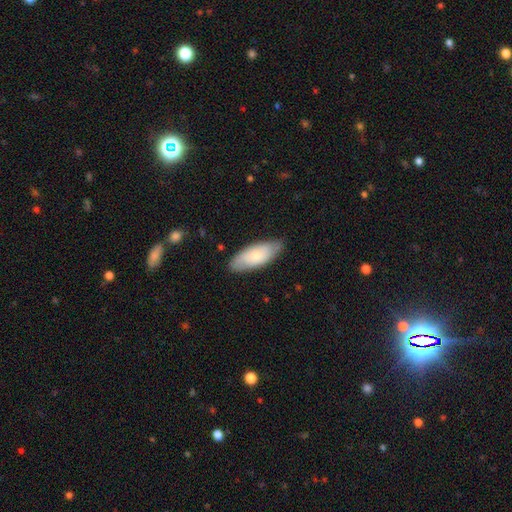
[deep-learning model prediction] Q: Smooth or featured?
A: smooth (68%); runner-up: featured or disk (26%)
Q: How rounded?
A: in between (82%); runner-up: cigar-shaped (16%)
Q: Merging?
A: none (79%); runner-up: minor disturbance (17%)